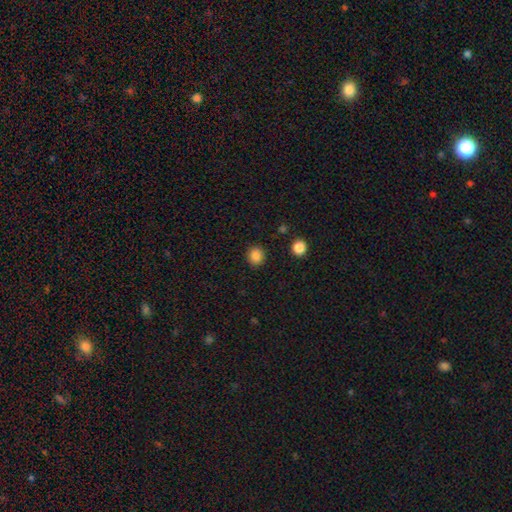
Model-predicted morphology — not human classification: smooth-or-featured: smooth: 87% | star or artifact: 10% | featured or disk: 3%
  how-rounded: round: 81% | in between: 18% | cigar-shaped: 1%
  merging: none: 89% | minor disturbance: 7% | major disturbance: 2% | merger: 2%